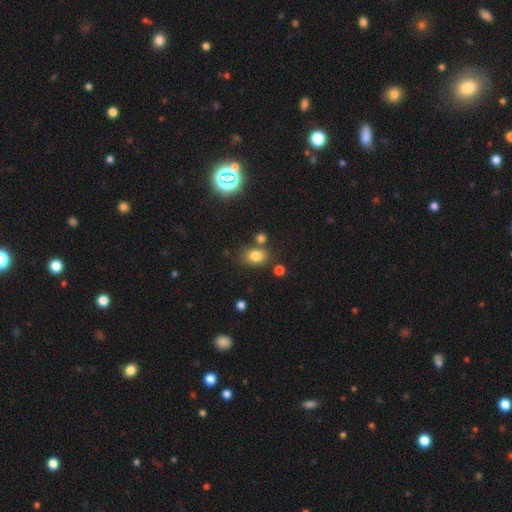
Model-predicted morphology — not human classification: This is likely a smooth galaxy (78%). How rounded: likely in between (66%). Merging: likely none (70%).